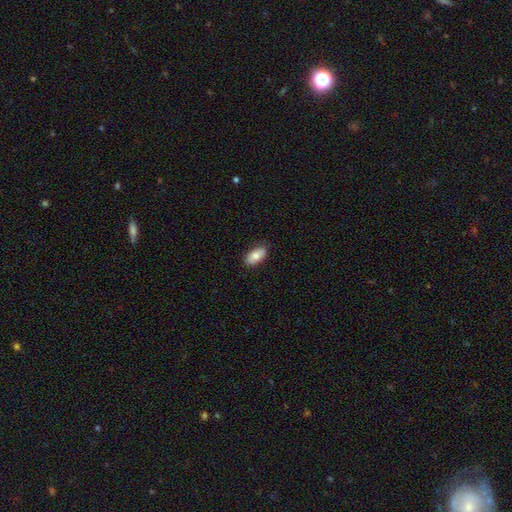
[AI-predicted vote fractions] Morphology: type=smooth (79%); roundness=in between (93%); merging=none (86%).